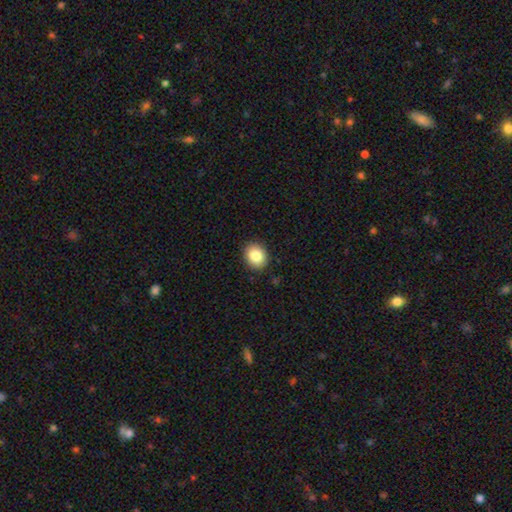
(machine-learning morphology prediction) A smooth galaxy with no disk features (85%) that is round (56%).

Vote fractions:
- Smooth or featured? smooth: 85% / star or artifact: 9% / featured or disk: 6%
- How rounded? round: 56% / in between: 43% / cigar-shaped: 1%
- Merging? none: 90% / minor disturbance: 7% / major disturbance: 2% / merger: 1%